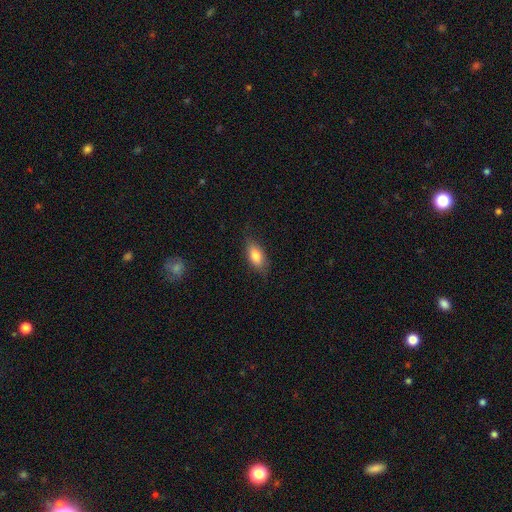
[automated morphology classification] Smooth or featured? Predicted: smooth (p=0.79). How rounded? Predicted: in between (p=0.84). Merging? Predicted: none (p=0.81).